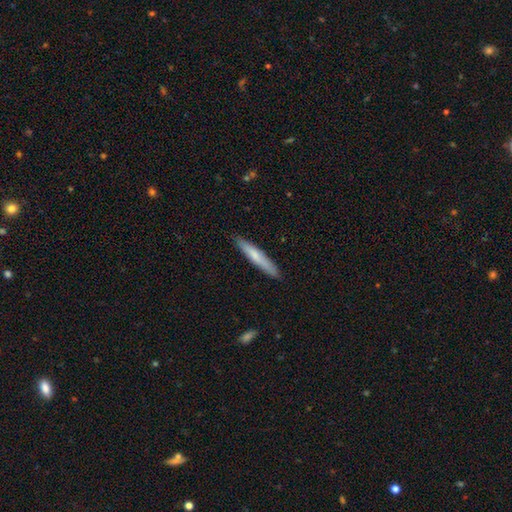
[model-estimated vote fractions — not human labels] smooth_or_featured: smooth (p=0.66) [alt: featured or disk p=0.28]
how_rounded: cigar-shaped (p=0.93) [alt: in between p=0.06]
merging: none (p=0.89) [alt: minor disturbance p=0.09]